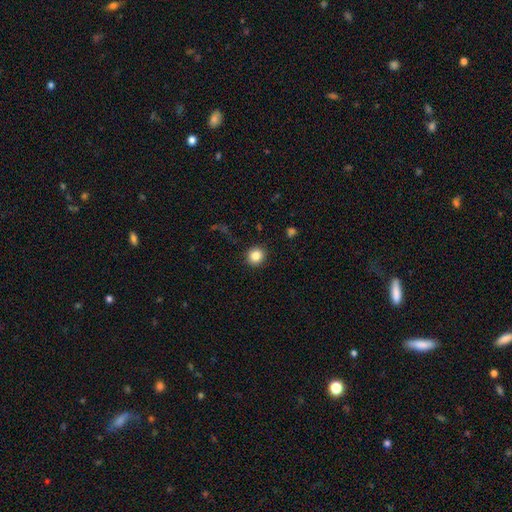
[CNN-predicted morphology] smooth-or-featured: smooth: 84% | star or artifact: 11% | featured or disk: 5%
  how-rounded: round: 91% | in between: 8% | cigar-shaped: 1%
  merging: none: 91% | minor disturbance: 6% | major disturbance: 2% | merger: 1%